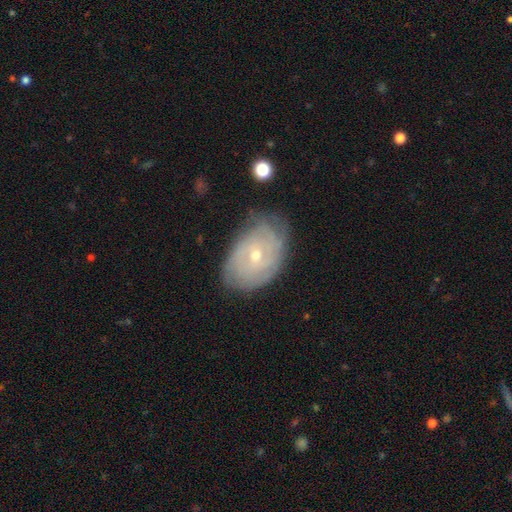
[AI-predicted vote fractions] Smooth or featured? featured or disk (71%)
Edge-on disk? no (95%)
Bar? no (74%)
Spiral arms? yes (83%)
Spiral winding? tight (74%)
Spiral arm count? can't tell (55%)
Bulge size? small (59%)
Merging? none (67%)